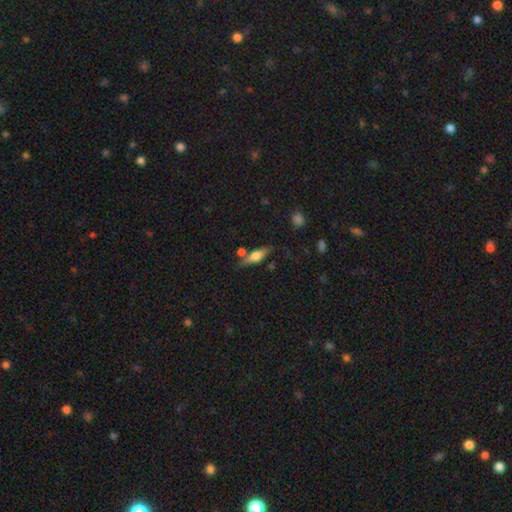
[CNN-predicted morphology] The model was most divided on "smooth or featured": smooth: 48%, featured or disk: 43%, star or artifact: 8%. More confident: merging — none (66%).